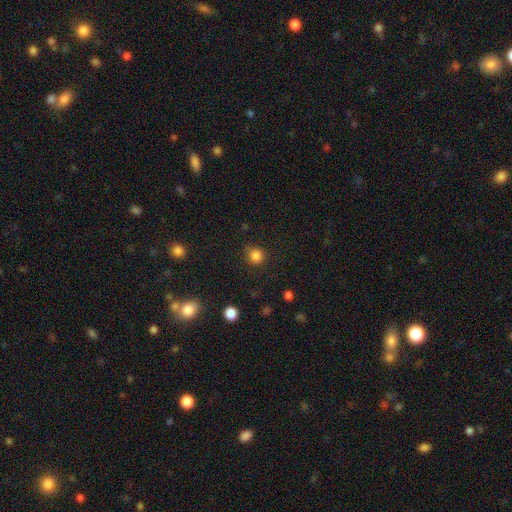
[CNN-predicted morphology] Smooth or featured? Predicted: smooth (p=0.84). How rounded? Predicted: round (p=0.89). Merging? Predicted: none (p=0.81).